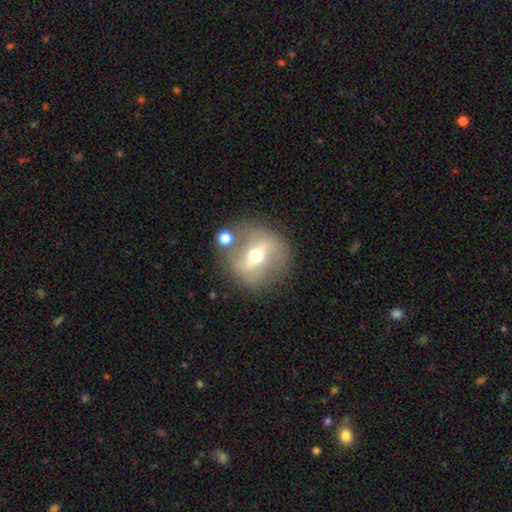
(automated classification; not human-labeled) Overall: featured or disk (69%). Edge-on disk: no (89%). Bar: strong (52%; weak 32%). Spiral arms: yes (54%; no 46%). Bulge size: moderate (73%). Merging: none (76%).